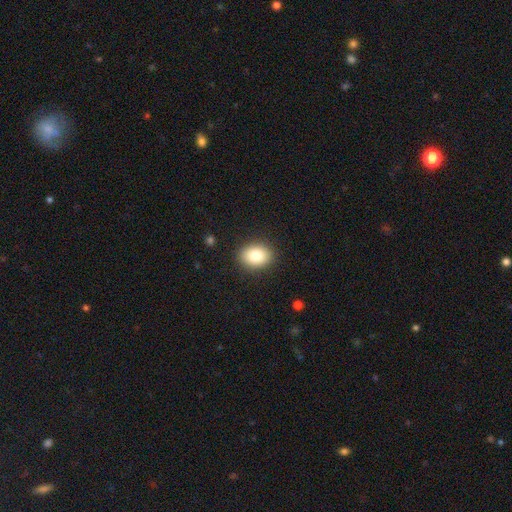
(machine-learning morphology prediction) type=smooth (85%); roundness=in between (63%); merging=none (89%).